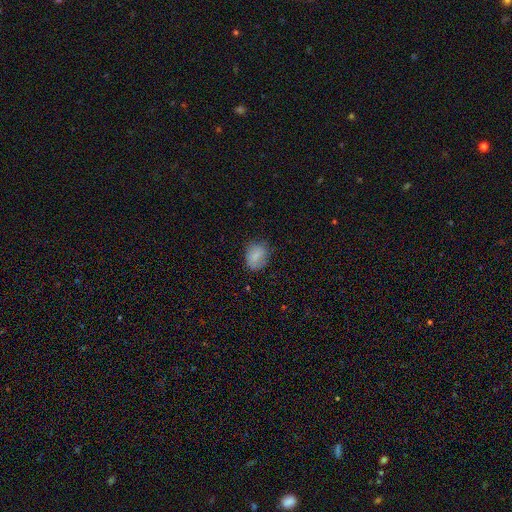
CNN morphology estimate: type=smooth (77%); roundness=round (52%); merging=none (72%).